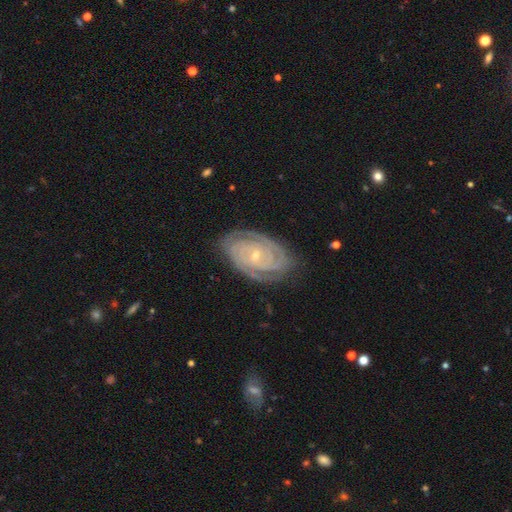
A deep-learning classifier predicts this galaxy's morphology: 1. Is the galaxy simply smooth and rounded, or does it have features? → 91% featured or disk, 5% star or artifact, 4% smooth.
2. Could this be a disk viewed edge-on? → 97% no, 3% yes.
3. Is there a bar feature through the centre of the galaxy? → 64% no, 26% weak, 10% strong.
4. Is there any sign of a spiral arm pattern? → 98% yes, 2% no.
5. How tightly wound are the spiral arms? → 84% tight, 14% medium, 2% loose.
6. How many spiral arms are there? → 40% 2, 23% 3, 13% can't tell, 12% 4, 6% more than 4, 6% 1.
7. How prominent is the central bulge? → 79% small, 18% moderate, 1% none, 1% large, 1% dominant.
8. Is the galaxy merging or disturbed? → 80% none, 15% minor disturbance, 4% major disturbance, 1% merger.